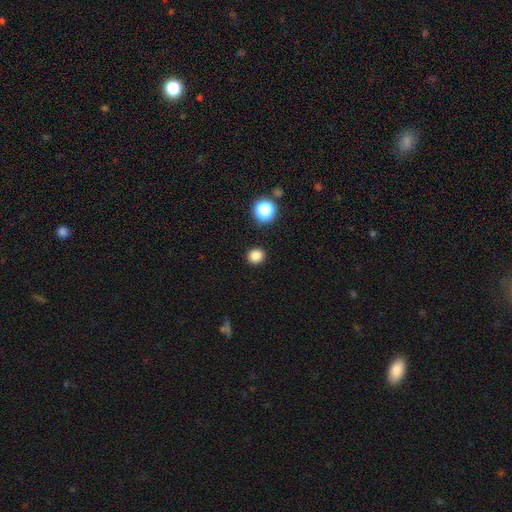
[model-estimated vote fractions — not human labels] The model was most divided on "smooth or featured": smooth: 83%, star or artifact: 13%, featured or disk: 3%. More confident: merging — none (92%); how rounded — round (91%).